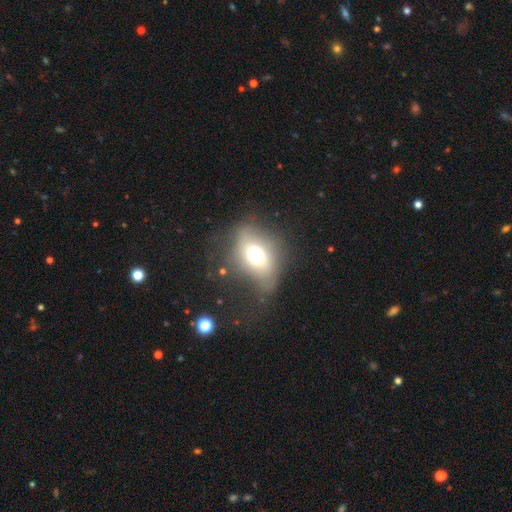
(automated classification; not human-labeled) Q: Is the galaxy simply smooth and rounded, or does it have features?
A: smooth — 57%.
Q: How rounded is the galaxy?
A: in between — 53%.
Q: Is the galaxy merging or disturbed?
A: none — 53%.